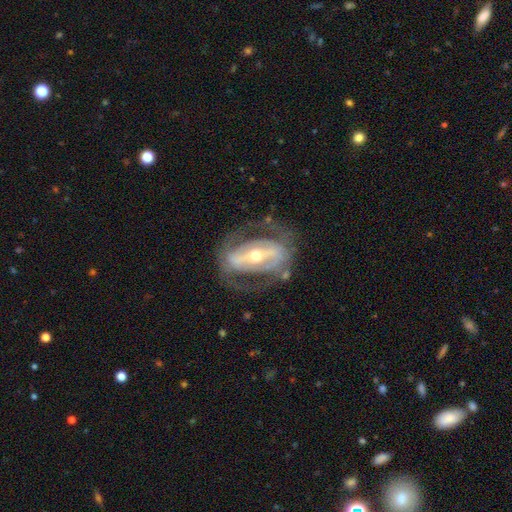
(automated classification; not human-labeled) The model was most divided on "bulge size": moderate: 59%, small: 34%, large: 5%, dominant: 1%, none: 1%. More confident: edge-on disk — no (91%); smooth or featured — featured or disk (83%); spiral arms — yes (65%); bar — strong (65%); merging — none (65%).